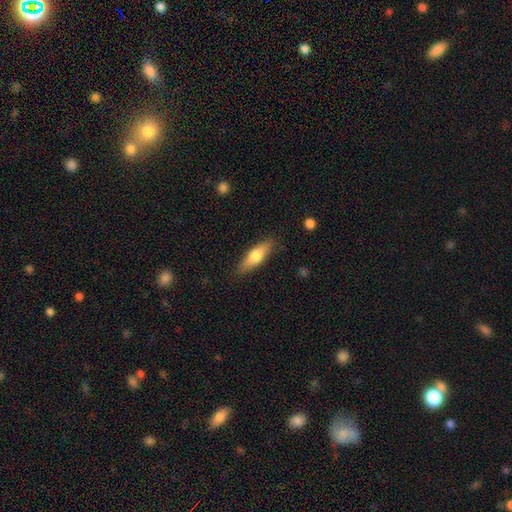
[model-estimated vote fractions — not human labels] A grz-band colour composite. It shows a smooth galaxy with no disk features (62%) that is cigar-shaped (52%). Merging: none (86%).